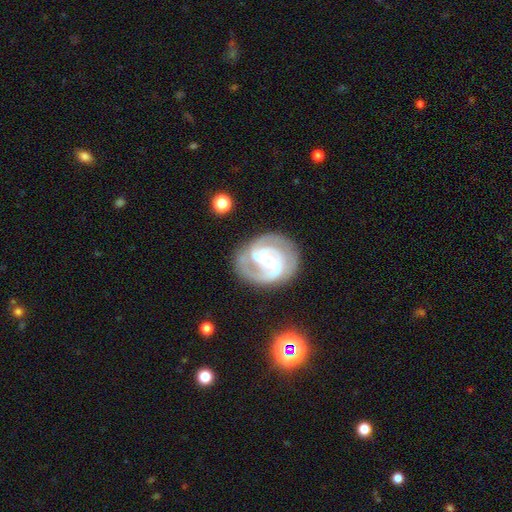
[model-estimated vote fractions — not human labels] featured or disk 87%, star or artifact 7%, smooth 6%. Down the decision tree: edge-on disk — no (97%); bar — weak (42%); spiral arms — yes (96%); spiral arm count — 2 (70%); spiral winding — tight (51%); bulge size — small (53%); merging — none (75%).